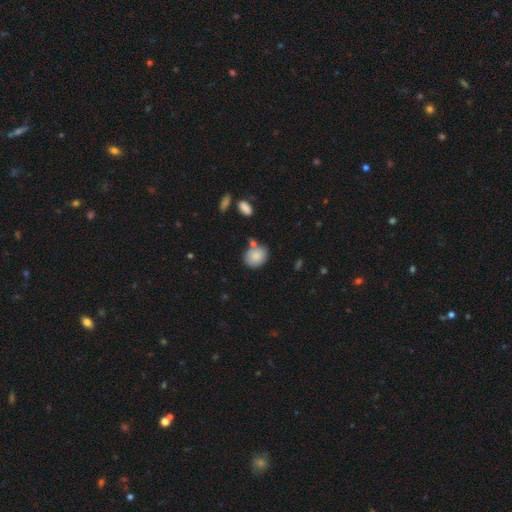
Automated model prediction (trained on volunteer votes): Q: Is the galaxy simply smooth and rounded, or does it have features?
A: smooth — 85%.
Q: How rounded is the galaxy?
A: round — 56%.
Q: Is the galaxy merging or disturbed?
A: none — 70%.